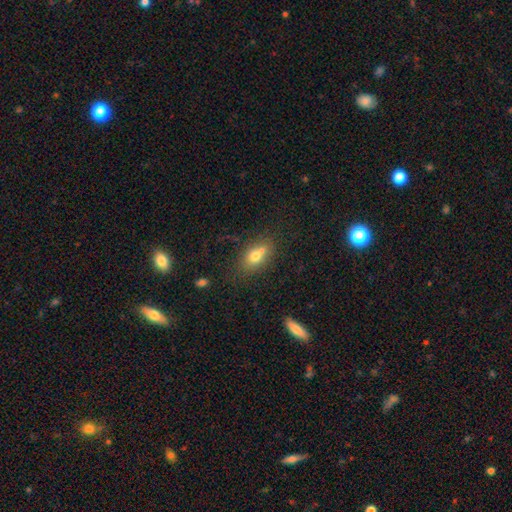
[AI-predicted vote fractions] Overall: smooth (70%). How rounded: in between (73%). Merging: none (49%; merger 31%).